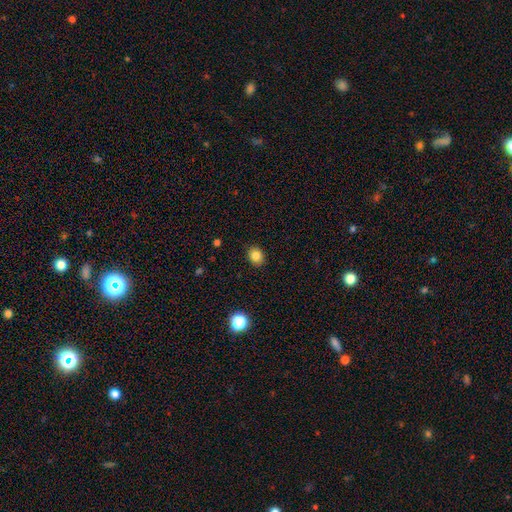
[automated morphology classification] Smooth or featured?
  - smooth: 84% *
  - star or artifact: 11%
  - featured or disk: 5%
How rounded?
  - round: 58% *
  - in between: 41%
  - cigar-shaped: 1%
Merging?
  - none: 89% *
  - minor disturbance: 8%
  - major disturbance: 2%
  - merger: 1%